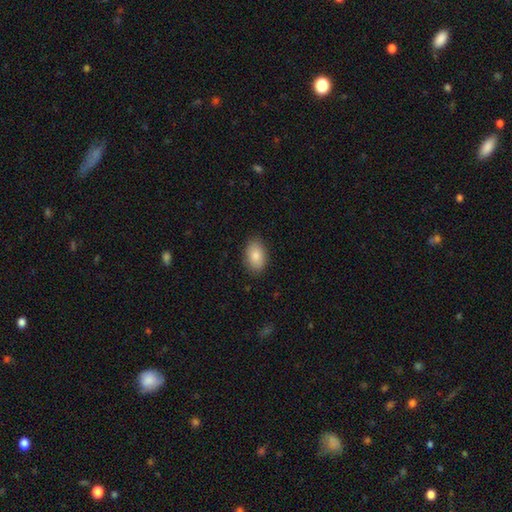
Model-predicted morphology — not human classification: A smooth galaxy with no disk features (85%) that is in between round and cigar-shaped (91%). Merging: none (87%).